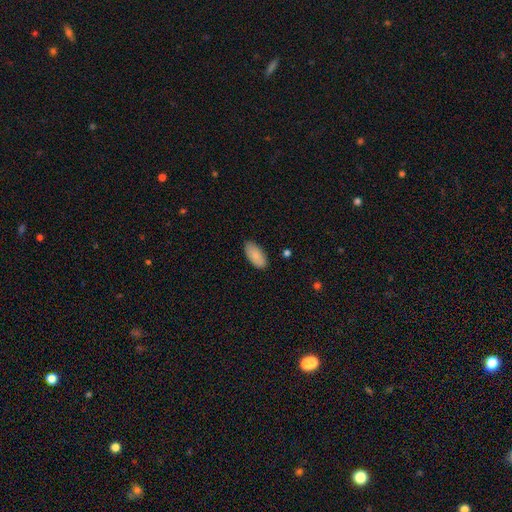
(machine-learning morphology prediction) Smooth or featured?
  - smooth: 86% *
  - featured or disk: 8%
  - star or artifact: 6%
How rounded?
  - in between: 93% *
  - cigar-shaped: 5%
  - round: 2%
Merging?
  - none: 84% *
  - minor disturbance: 13%
  - major disturbance: 2%
  - merger: 1%